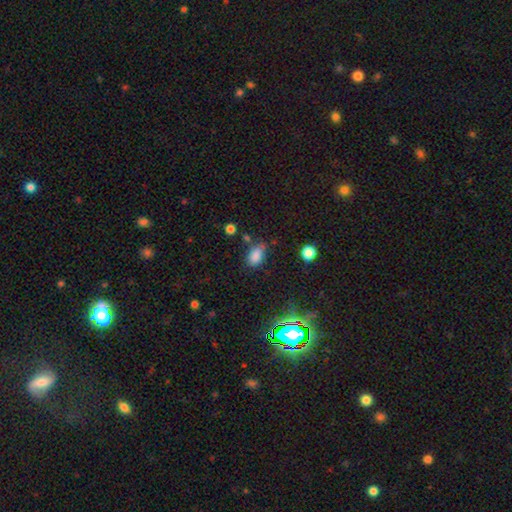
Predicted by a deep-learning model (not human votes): Q: Smooth or featured?
A: smooth (81%); runner-up: star or artifact (13%)
Q: How rounded?
A: in between (89%); runner-up: round (9%)
Q: Merging?
A: none (60%); runner-up: minor disturbance (27%)